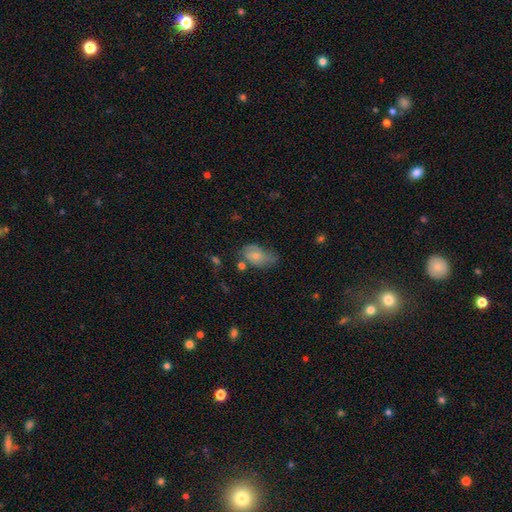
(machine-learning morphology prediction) This appears to be a smooth galaxy with no disk features (68%) that is in between round and cigar-shaped (88%). Merging: minor disturbance (38%).